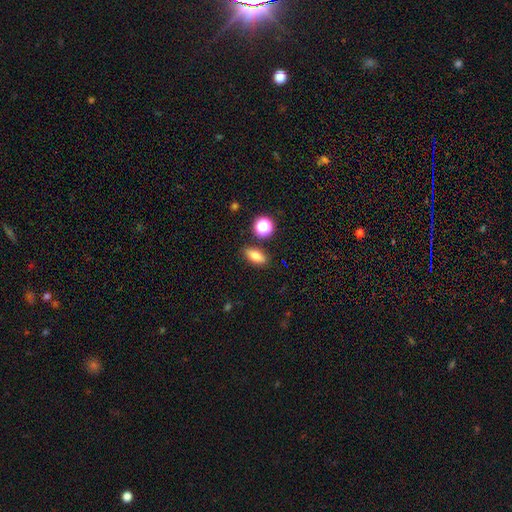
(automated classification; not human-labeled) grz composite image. It shows a smooth galaxy with no disk features (78%) that is in between round and cigar-shaped (77%). Merging: none (84%).